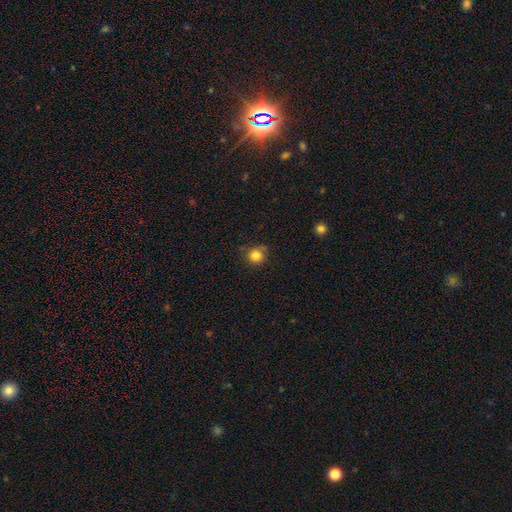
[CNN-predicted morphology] Smooth or featured: smooth — 83% (star or artifact — 12%)
How rounded: round — 91% (in between — 8%)
Merging: none — 76% (minor disturbance — 17%)